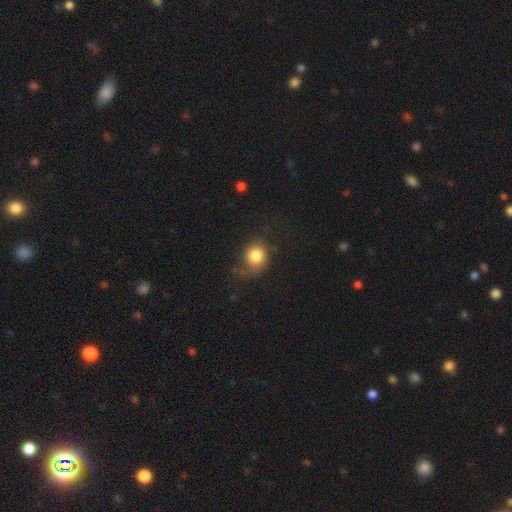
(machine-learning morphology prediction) smooth_or_featured: smooth (p=0.81) [alt: star or artifact p=0.10]
how_rounded: round (p=0.78) [alt: in between p=0.21]
merging: none (p=0.61) [alt: minor disturbance p=0.24]